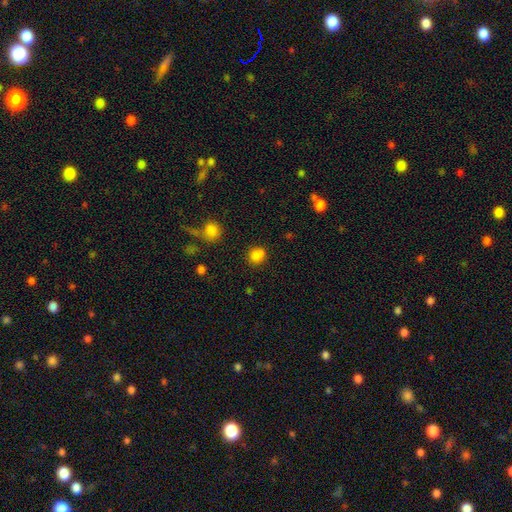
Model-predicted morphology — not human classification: smooth_or_featured: smooth (p=0.81) [alt: star or artifact p=0.14]
how_rounded: round (p=0.68) [alt: in between p=0.31]
merging: none (p=0.67) [alt: minor disturbance p=0.15]